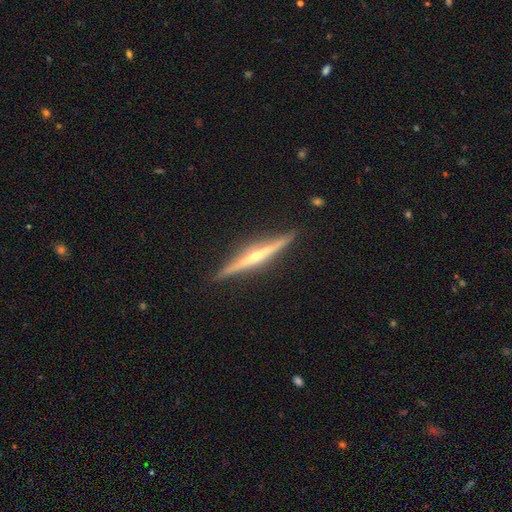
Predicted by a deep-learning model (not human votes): Smooth or featured?
  - featured or disk: 83% *
  - smooth: 12%
  - star or artifact: 5%
Edge-on disk?
  - yes: 98% *
  - no: 2%
Edge-on bulge?
  - rounded: 83% *
  - none: 13%
  - boxy: 4%
Merging?
  - none: 90% *
  - minor disturbance: 7%
  - major disturbance: 1%
  - merger: 1%